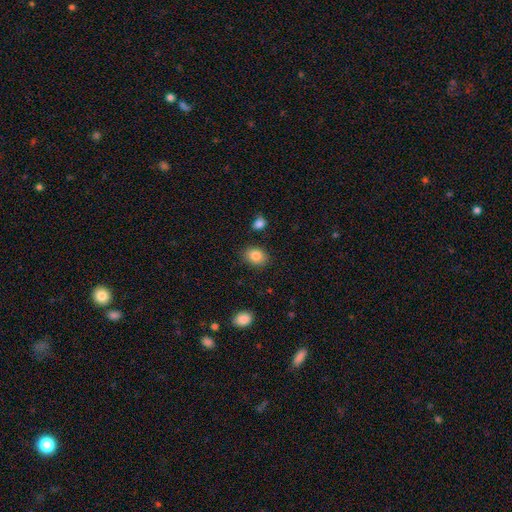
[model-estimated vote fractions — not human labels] Morphology: type=smooth (86%); roundness=in between (57%); merging=none (85%).